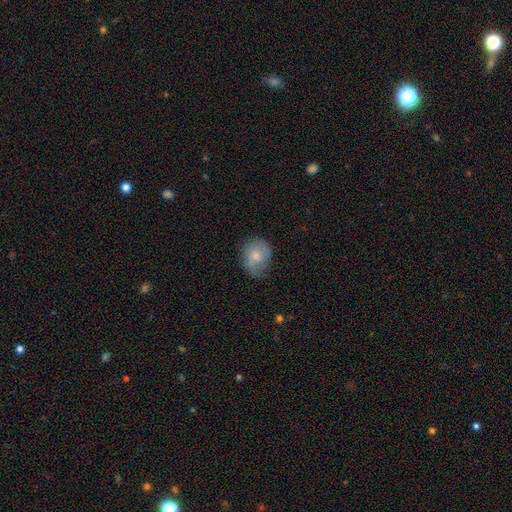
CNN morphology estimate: smooth_or_featured: smooth (p=0.59) [alt: featured or disk p=0.33]
how_rounded: round (p=0.54) [alt: in between p=0.45]
merging: none (p=0.51) [alt: minor disturbance p=0.33]